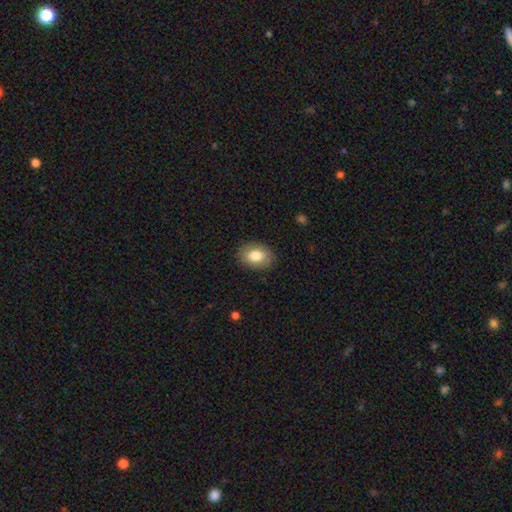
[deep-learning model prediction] smooth-or-featured: smooth: 81% | featured or disk: 11% | star or artifact: 7%
  how-rounded: in between: 74% | round: 25% | cigar-shaped: 1%
  merging: none: 88% | minor disturbance: 9% | major disturbance: 3% | merger: 1%